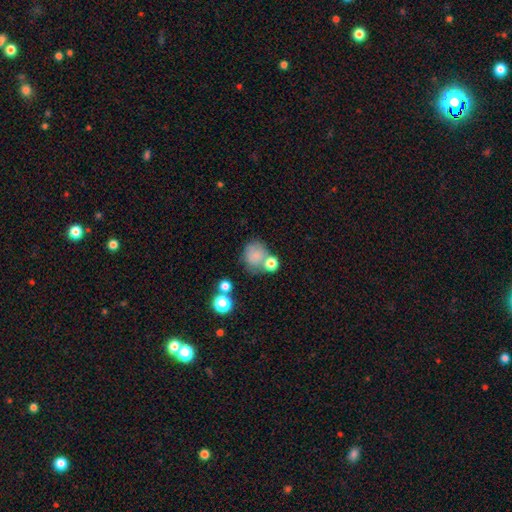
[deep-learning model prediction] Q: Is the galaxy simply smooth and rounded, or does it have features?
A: smooth — 76%.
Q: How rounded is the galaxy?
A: round — 77%.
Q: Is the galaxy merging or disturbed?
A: none — 49%.